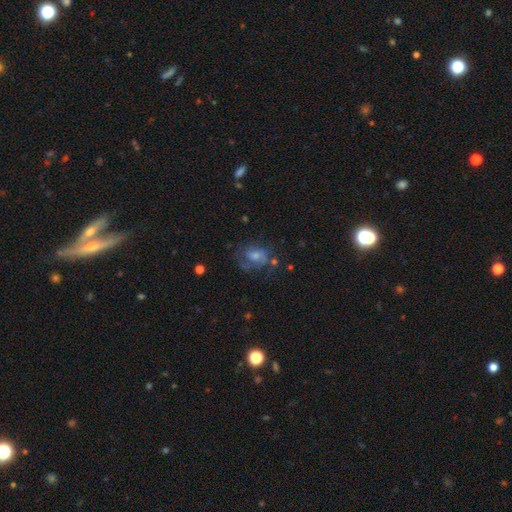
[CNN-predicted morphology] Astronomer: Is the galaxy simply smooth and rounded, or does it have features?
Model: featured or disk — 47% (runner-up: smooth, 33%).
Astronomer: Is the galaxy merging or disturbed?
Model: none — 56%.